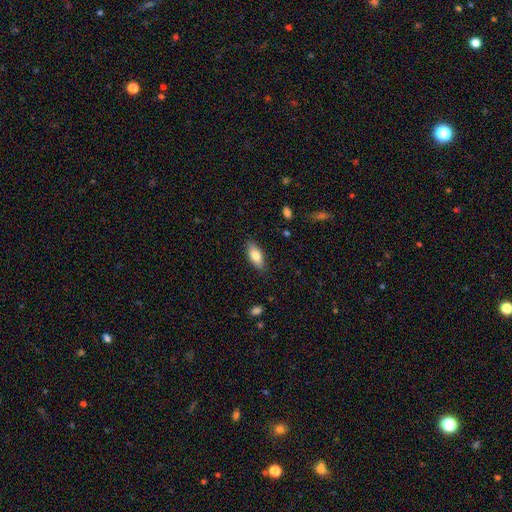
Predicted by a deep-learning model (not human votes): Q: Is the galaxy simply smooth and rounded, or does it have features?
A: smooth — 79%.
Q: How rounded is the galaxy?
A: in between — 80%.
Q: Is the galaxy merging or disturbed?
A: none — 86%.